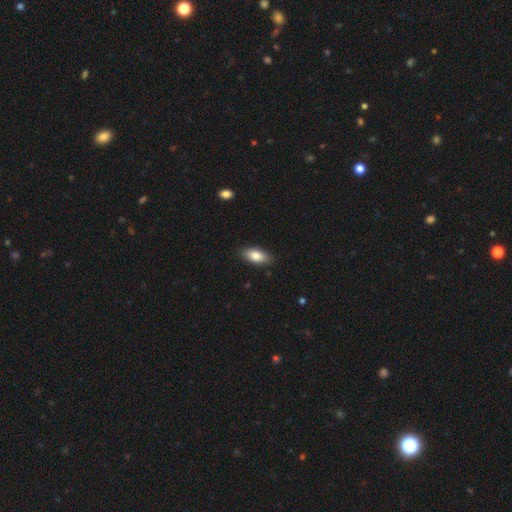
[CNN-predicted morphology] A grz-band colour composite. It shows a smooth galaxy with no disk features (81%) that is in between round and cigar-shaped (86%). Merging: none (87%).